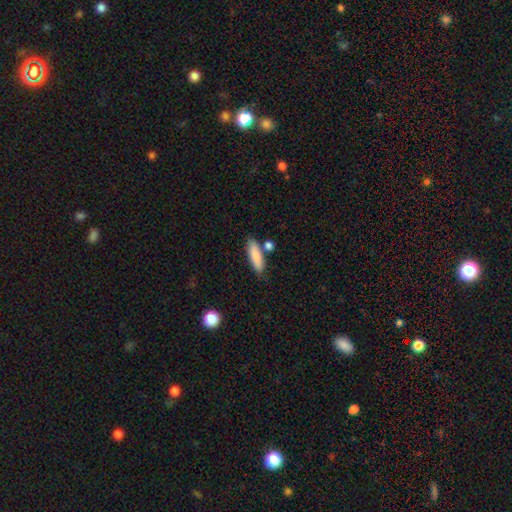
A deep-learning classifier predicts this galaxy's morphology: A smooth galaxy with no disk features (83%) that is cigar-shaped (54%). Merging: none (73%).